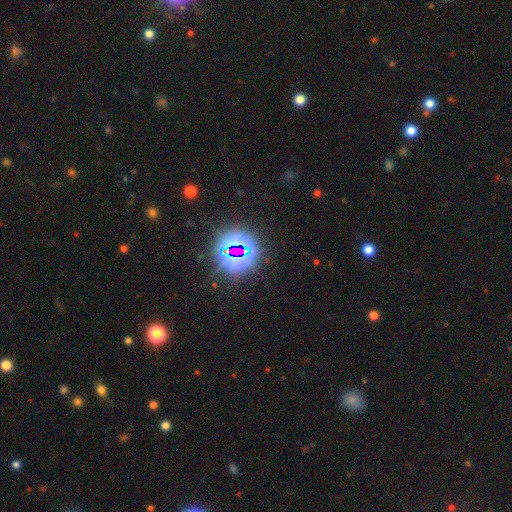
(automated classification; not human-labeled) Smooth or featured? Predicted: star or artifact (p=0.79).